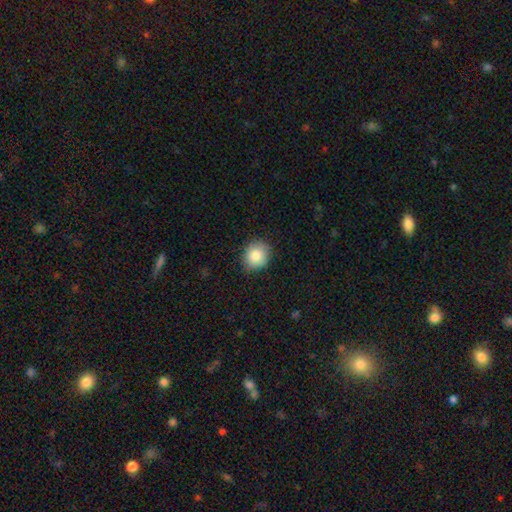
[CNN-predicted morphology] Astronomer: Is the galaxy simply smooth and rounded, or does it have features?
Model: smooth — 85%.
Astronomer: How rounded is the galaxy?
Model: round — 70%.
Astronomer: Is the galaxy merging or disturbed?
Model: none — 80%.